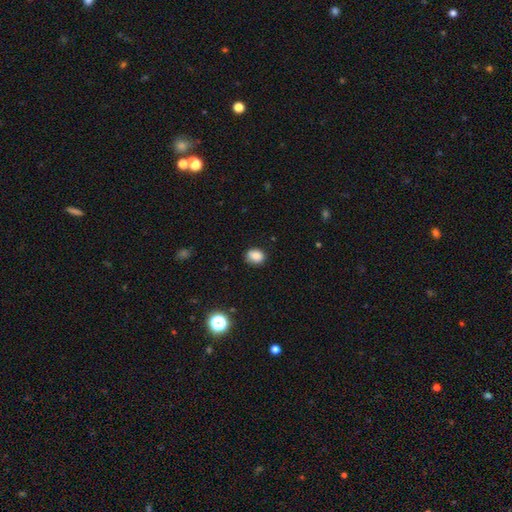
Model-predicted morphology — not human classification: Overall: smooth (85%). How rounded: in between (50%; round 49%). Merging: none (74%).